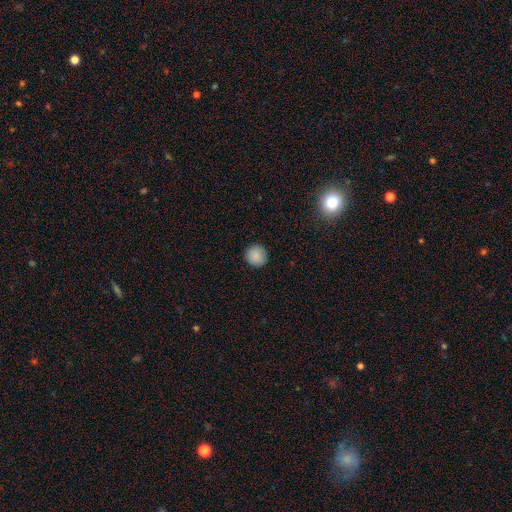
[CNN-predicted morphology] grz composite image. It shows a smooth galaxy with no disk features (88%) that is round (94%). Merging: none (91%).